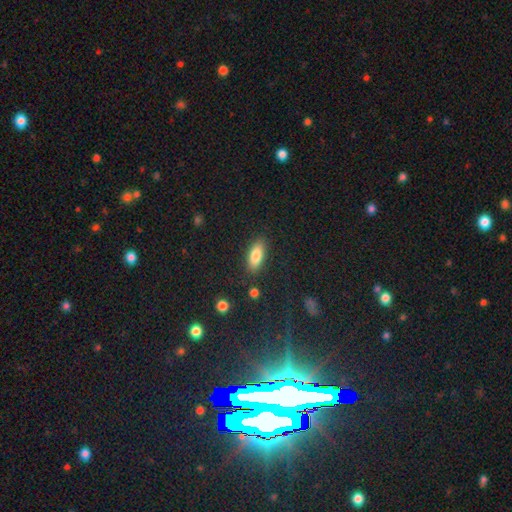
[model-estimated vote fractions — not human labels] smooth 82%, featured or disk 10%, star or artifact 7%. Down the decision tree: how rounded — in between (80%); merging — none (85%).